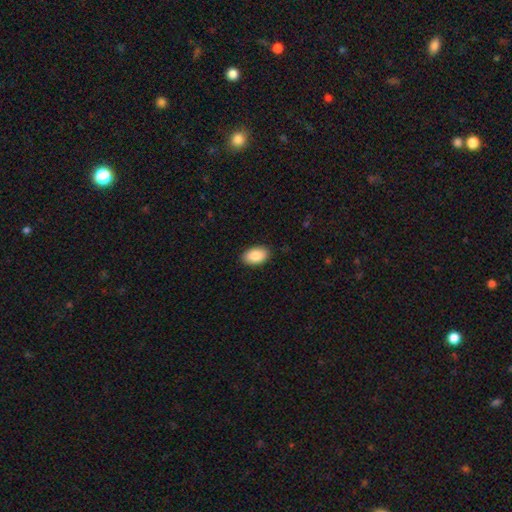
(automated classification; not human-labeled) smooth_or_featured: smooth (p=0.89) [alt: star or artifact p=0.06]
how_rounded: in between (p=0.93) [alt: round p=0.06]
merging: none (p=0.89) [alt: minor disturbance p=0.08]